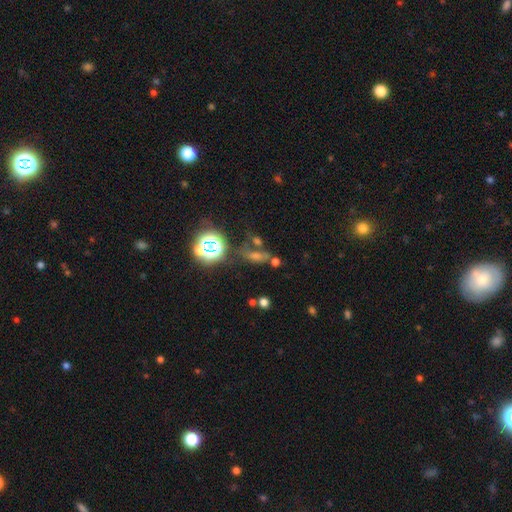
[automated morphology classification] Smooth or featured? star or artifact (46%)